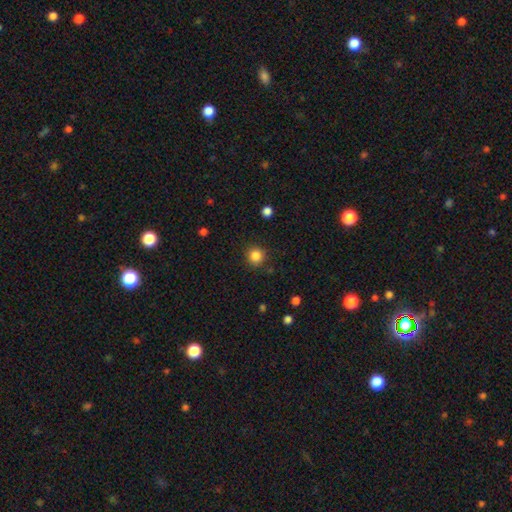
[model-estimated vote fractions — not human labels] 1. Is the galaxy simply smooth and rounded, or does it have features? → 85% smooth, 11% star or artifact, 4% featured or disk.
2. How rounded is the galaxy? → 93% round, 6% in between, 1% cigar-shaped.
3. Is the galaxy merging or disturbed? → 87% none, 8% minor disturbance, 3% major disturbance, 2% merger.